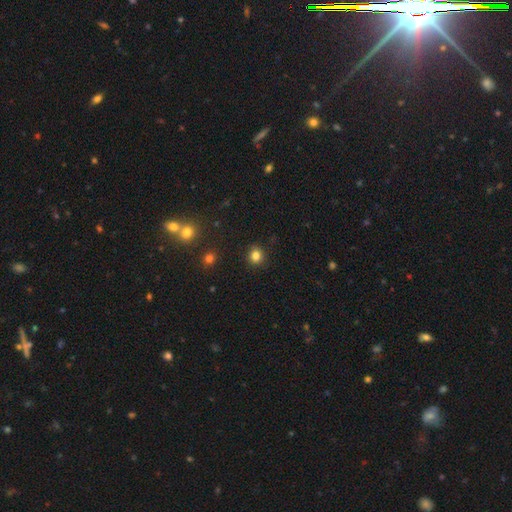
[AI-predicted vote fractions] Smooth or featured? Predicted: smooth (p=0.83). How rounded? Predicted: round (p=0.87). Merging? Predicted: none (p=0.90).